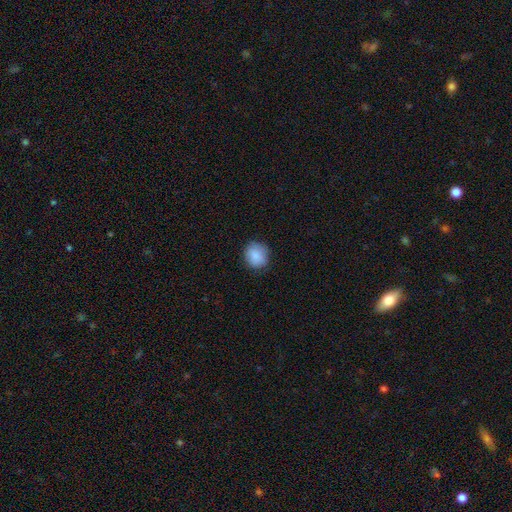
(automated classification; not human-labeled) Smooth or featured? smooth (87%)
How rounded? round (79%)
Merging? none (82%)